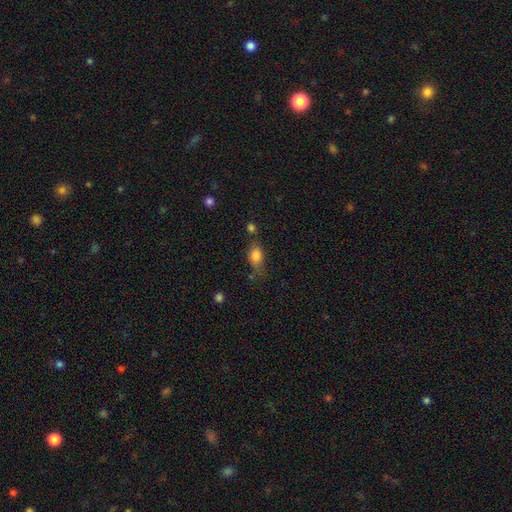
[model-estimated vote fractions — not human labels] smooth-or-featured: smooth: 81% | star or artifact: 10% | featured or disk: 9%
  how-rounded: in between: 72% | round: 24% | cigar-shaped: 4%
  merging: none: 56% | minor disturbance: 26% | major disturbance: 10% | merger: 9%